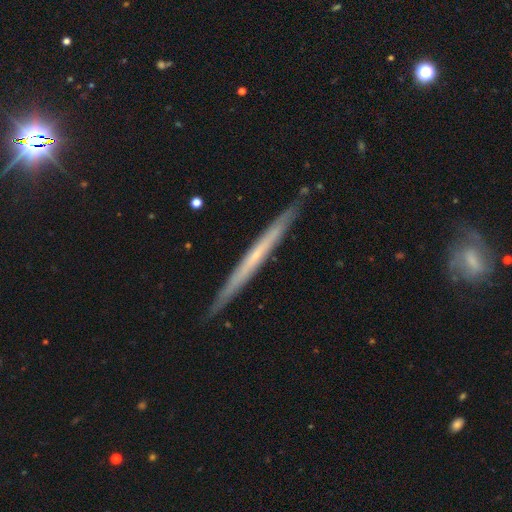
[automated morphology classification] Smooth or featured? Predicted: featured or disk (p=0.64). Edge-on disk? Predicted: yes (p=0.96). Edge-on bulge? Predicted: none (p=0.79). Merging? Predicted: none (p=0.90).